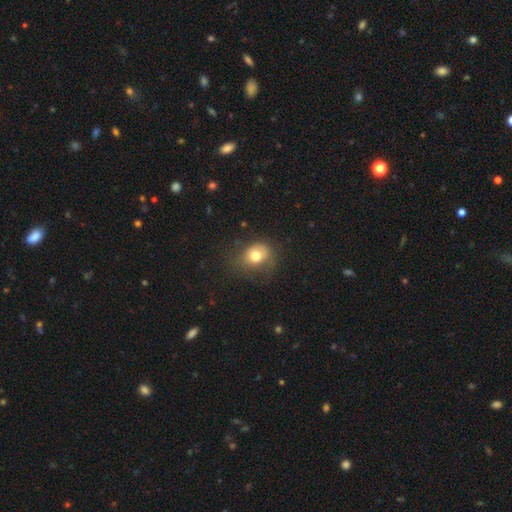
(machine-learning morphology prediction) A smooth galaxy with no disk features (73%) that is round (63%).

Vote fractions:
- Smooth or featured? smooth: 73% / featured or disk: 15% / star or artifact: 12%
- How rounded? round: 63% / in between: 36% / cigar-shaped: 1%
- Merging? none: 52% / minor disturbance: 28% / major disturbance: 18% / merger: 2%